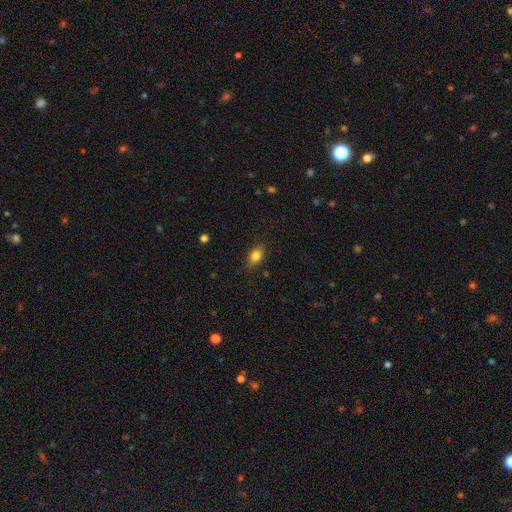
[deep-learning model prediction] The model was most divided on "how rounded": in between: 75%, round: 22%, cigar-shaped: 4%. More confident: smooth or featured — smooth (82%); merging — none (81%).